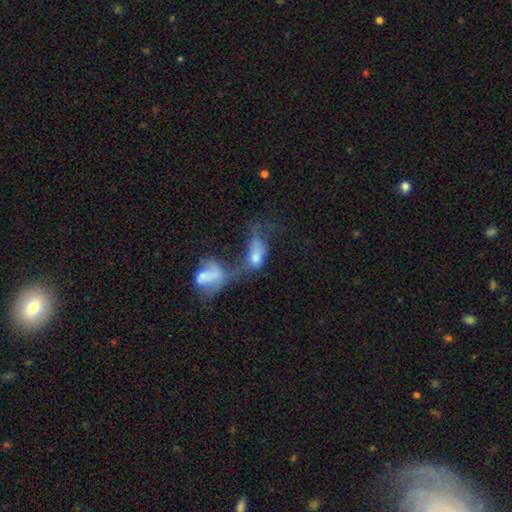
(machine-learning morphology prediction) type=smooth (52%); roundness=in between (81%); merging=merger (67%).